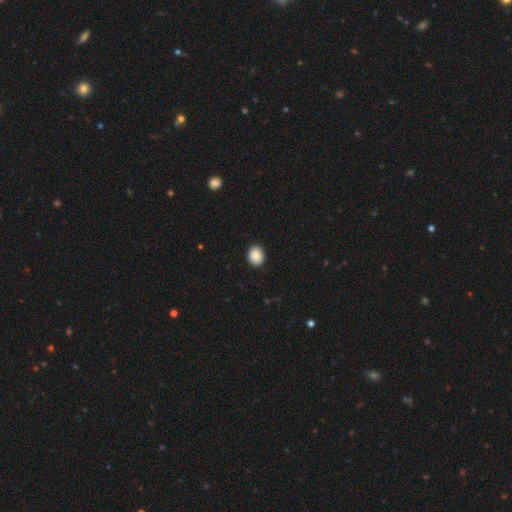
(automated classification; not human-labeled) This is clearly a smooth galaxy (88%). How rounded: possibly round (56%). Merging: clearly none (91%).